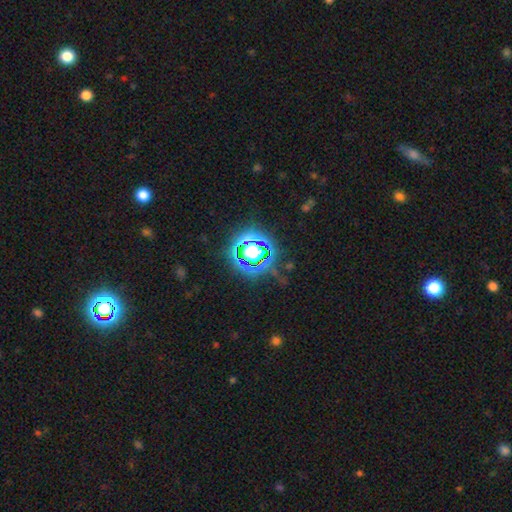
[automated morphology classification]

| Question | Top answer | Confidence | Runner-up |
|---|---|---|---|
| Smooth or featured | star or artifact | 69% | smooth (20%) |